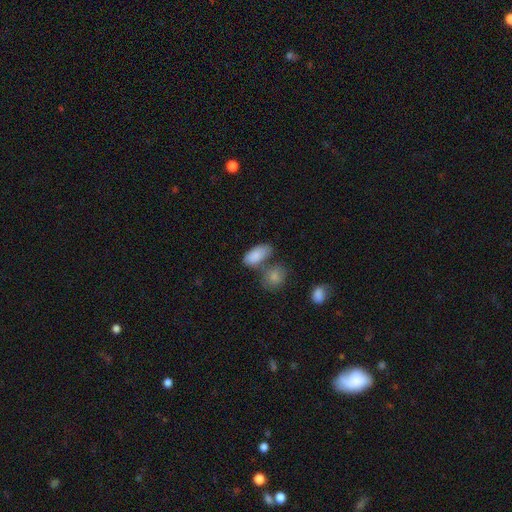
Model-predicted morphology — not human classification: A smooth galaxy with no disk features (85%) that is in between round and cigar-shaped (92%).

Vote fractions:
- Smooth or featured? smooth: 85% / featured or disk: 8% / star or artifact: 7%
- How rounded? in between: 92% / cigar-shaped: 4% / round: 4%
- Merging? none: 48% / merger: 28% / minor disturbance: 17% / major disturbance: 6%